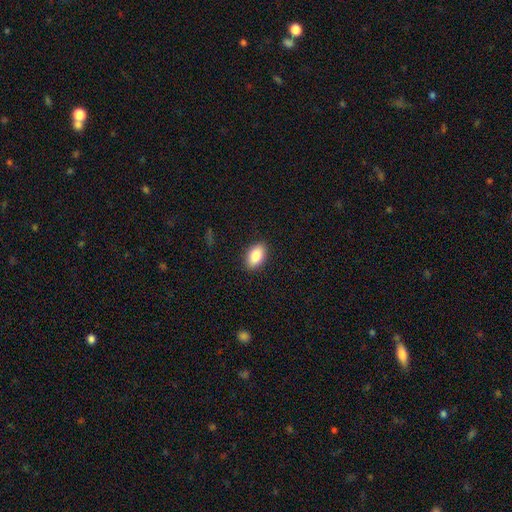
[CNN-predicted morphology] smooth_or_featured: smooth (p=0.85) [alt: featured or disk p=0.08]
how_rounded: in between (p=0.91) [alt: round p=0.06]
merging: none (p=0.89) [alt: minor disturbance p=0.08]